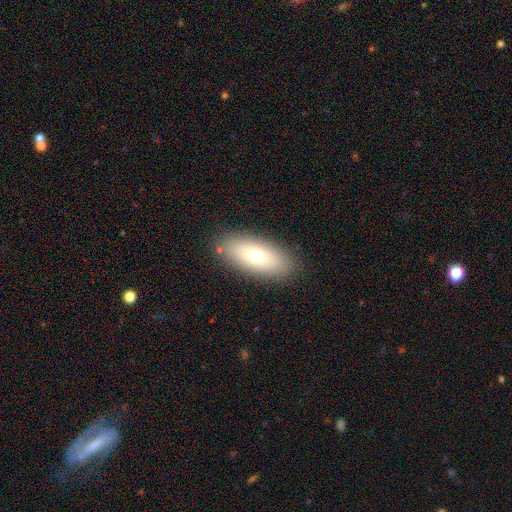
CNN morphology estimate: Smooth or featured? smooth (69%)
How rounded? in between (81%)
Merging? none (87%)